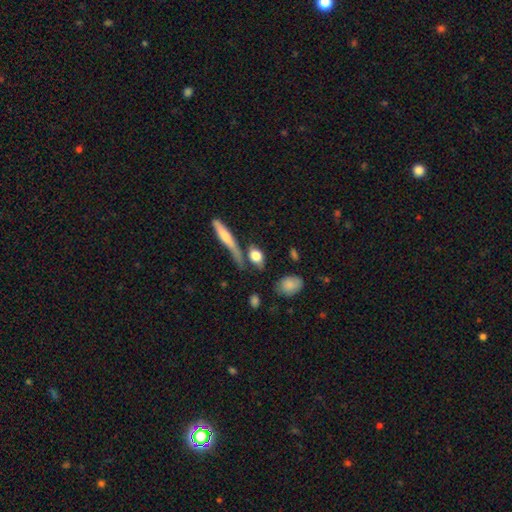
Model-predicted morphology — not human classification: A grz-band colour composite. It shows a smooth galaxy with no disk features (75%) that is in between round and cigar-shaped (58%). Merging: none (55%).